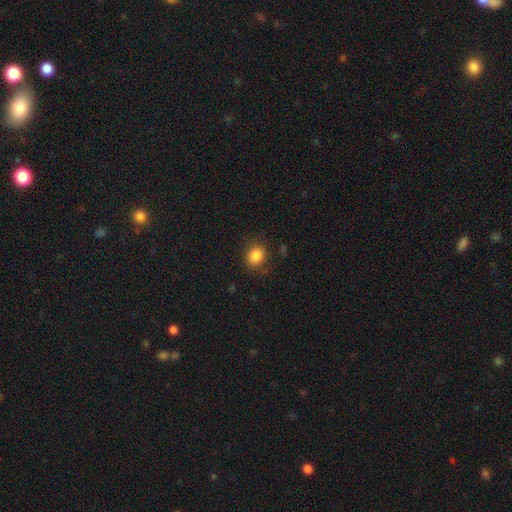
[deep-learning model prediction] Smooth or featured? Predicted: smooth (p=0.85). How rounded? Predicted: round (p=0.69). Merging? Predicted: none (p=0.81).